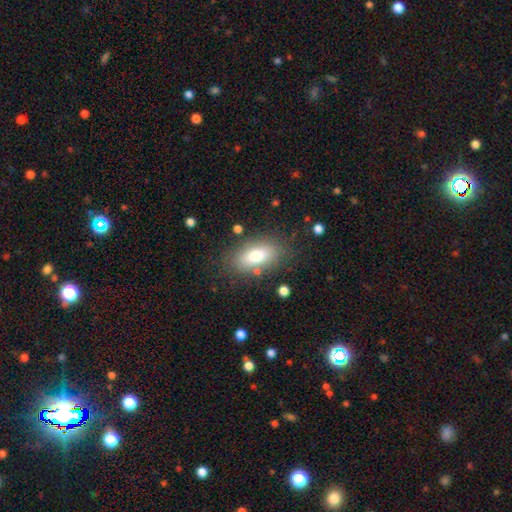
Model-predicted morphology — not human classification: This is likely a smooth galaxy (74%). How rounded: clearly in between (87%). Merging: likely none (79%).